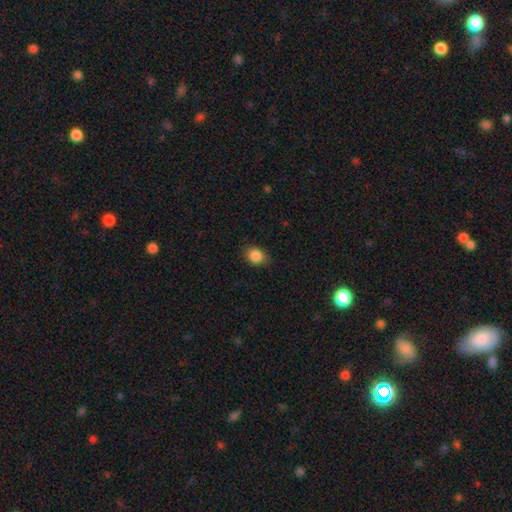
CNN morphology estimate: Smooth or featured? Predicted: smooth (p=0.86). How rounded? Predicted: in between (p=0.55). Merging? Predicted: none (p=0.84).